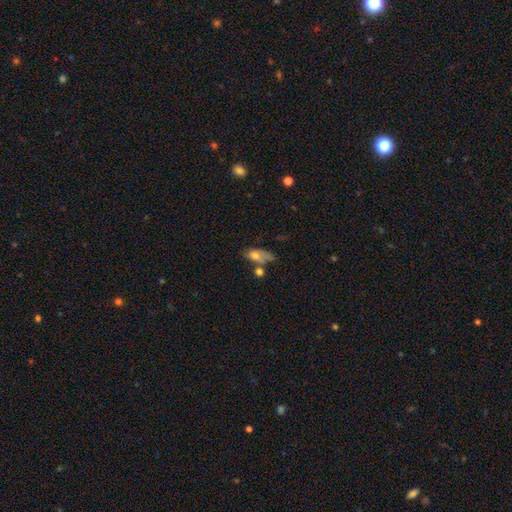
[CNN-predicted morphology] Q: Smooth or featured?
A: smooth (68%); runner-up: featured or disk (22%)
Q: How rounded?
A: in between (81%); runner-up: cigar-shaped (10%)
Q: Merging?
A: none (32%); runner-up: merger (28%)